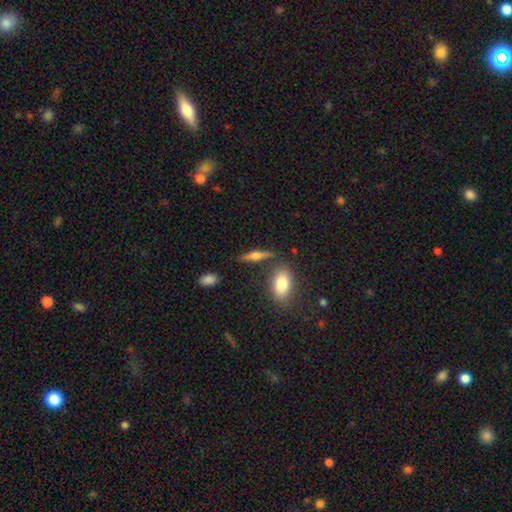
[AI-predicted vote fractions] Smooth or featured?
  - featured or disk: 55% *
  - smooth: 36%
  - star or artifact: 8%
Edge-on disk?
  - yes: 94% *
  - no: 6%
Edge-on bulge?
  - rounded: 91% *
  - boxy: 6%
  - none: 3%
Merging?
  - none: 79% *
  - minor disturbance: 11%
  - merger: 7%
  - major disturbance: 3%